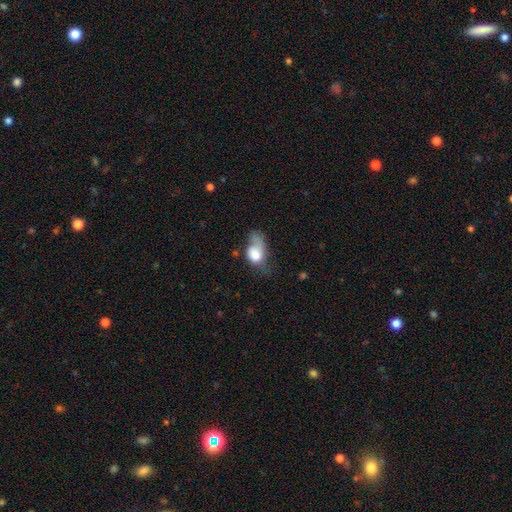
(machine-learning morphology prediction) smooth 70%, featured or disk 22%, star or artifact 8%. Down the decision tree: how rounded — in between (77%); merging — major disturbance (45%).